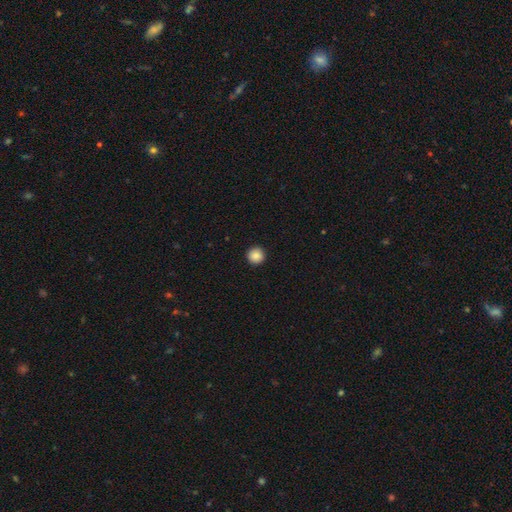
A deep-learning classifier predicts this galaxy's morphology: This is clearly a smooth galaxy (87%). How rounded: clearly round (96%). Merging: clearly none (94%).